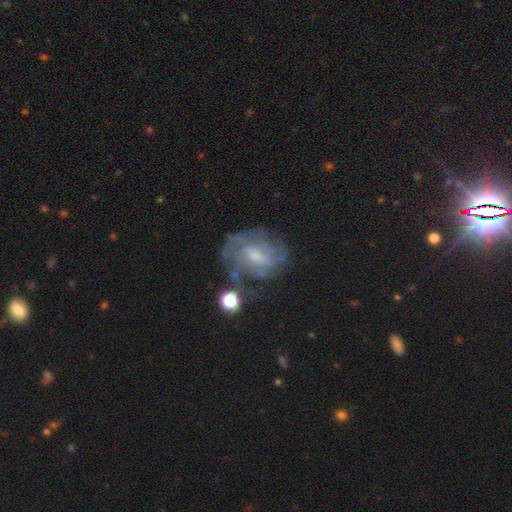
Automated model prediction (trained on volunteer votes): smooth-or-featured: featured or disk: 76% | smooth: 15% | star or artifact: 9%
  disk-edge-on: no: 97% | yes: 3%
    bar: weak: 54% | no: 31% | strong: 15%
    has-spiral-arms: yes: 88% | no: 12%
      spiral-winding: tight: 51% | medium: 37% | loose: 12%
      spiral-arm-count: can't tell: 41% | 2: 24% | 3: 18% | 4: 7% | 1: 5% | more than 4: 4%
    bulge-size: small: 44% | moderate: 41% | none: 10% | large: 4% | dominant: 1%
  merging: none: 60% | minor disturbance: 20% | major disturbance: 14% | merger: 6%